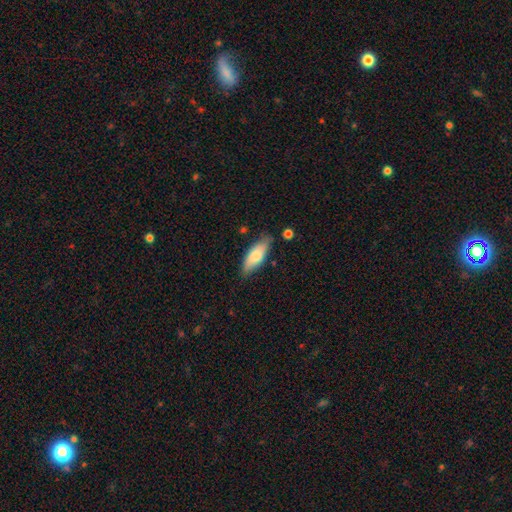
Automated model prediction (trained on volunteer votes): A smooth galaxy with no disk features (73%) that is in between round and cigar-shaped (69%).

Vote fractions:
- Smooth or featured? smooth: 73% / featured or disk: 21% / star or artifact: 6%
- How rounded? in between: 69% / cigar-shaped: 29% / round: 2%
- Merging? none: 76% / minor disturbance: 18% / major disturbance: 3% / merger: 3%